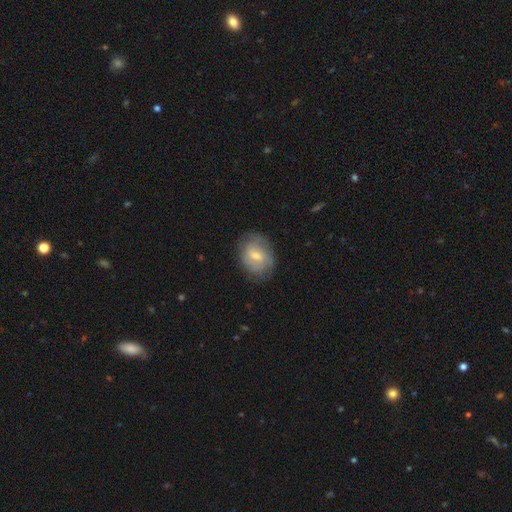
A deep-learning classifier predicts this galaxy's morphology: A featured or disk galaxy (47%).

Vote fractions:
- Smooth or featured? featured or disk: 47% / smooth: 46% / star or artifact: 7%
- Merging? none: 72% / minor disturbance: 19% / major disturbance: 7% / merger: 1%